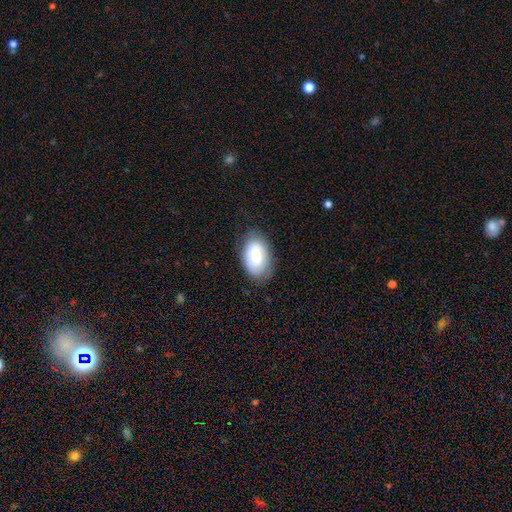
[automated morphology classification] Smooth or featured? Predicted: smooth (p=0.67). How rounded? Predicted: in between (p=0.91). Merging? Predicted: none (p=0.74).